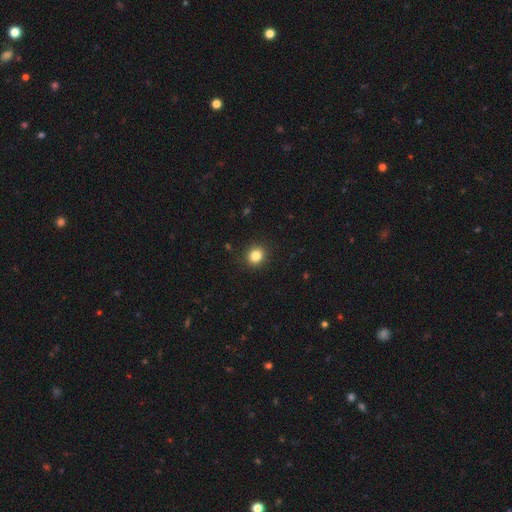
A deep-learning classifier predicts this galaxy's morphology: A smooth galaxy with no disk features (84%) that is round (79%). Merging: none (90%).